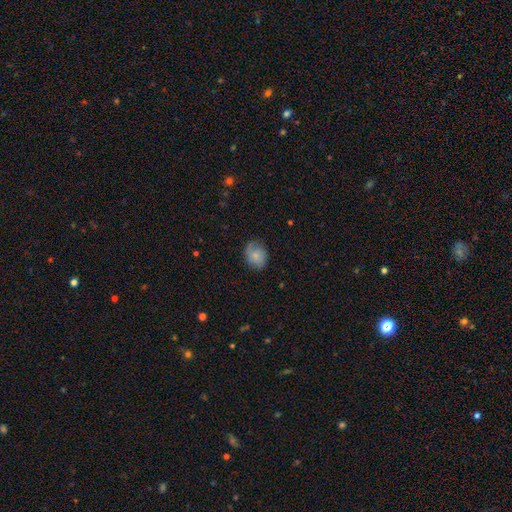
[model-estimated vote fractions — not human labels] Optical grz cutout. It shows a smooth galaxy with no disk features (61%) that is round (54%). Merging: none (68%).